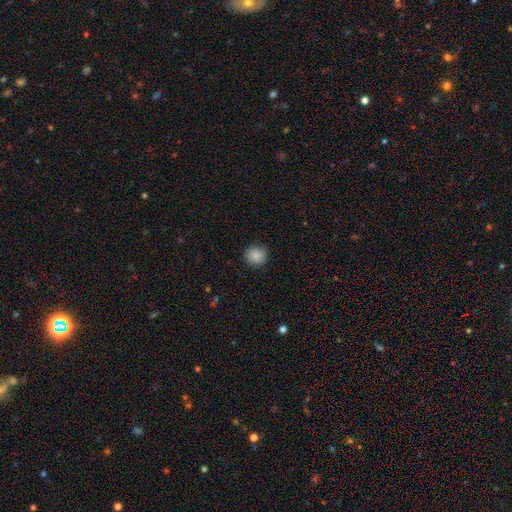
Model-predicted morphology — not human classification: A smooth galaxy with no disk features (87%) that is round (89%).

Vote fractions:
- Smooth or featured? smooth: 87% / star or artifact: 9% / featured or disk: 4%
- How rounded? round: 89% / in between: 10% / cigar-shaped: 1%
- Merging? none: 86% / minor disturbance: 10% / major disturbance: 2% / merger: 1%